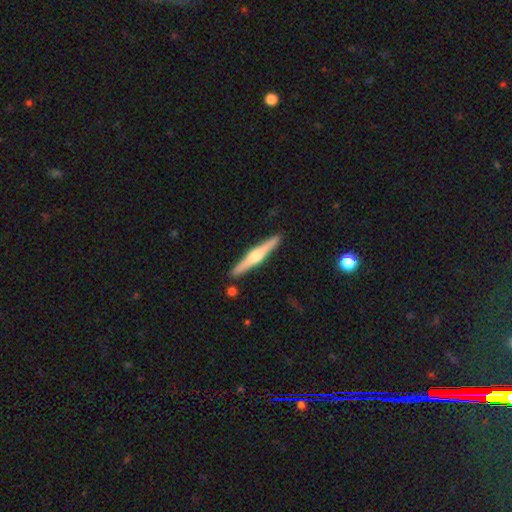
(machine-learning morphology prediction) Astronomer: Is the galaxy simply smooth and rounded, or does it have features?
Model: featured or disk — 69%.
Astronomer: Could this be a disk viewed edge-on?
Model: yes — 98%.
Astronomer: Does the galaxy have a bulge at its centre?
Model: rounded — 90%.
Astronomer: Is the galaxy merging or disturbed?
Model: none — 90%.